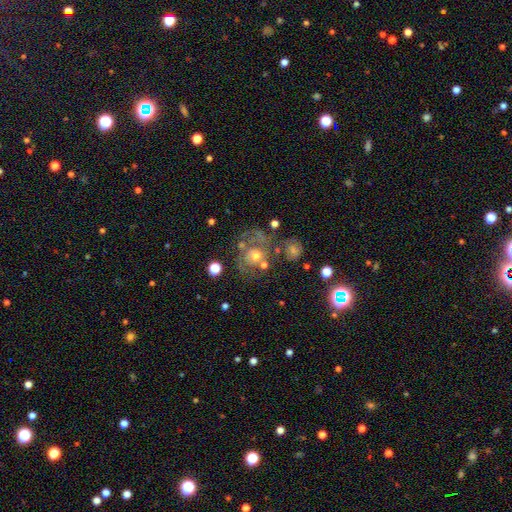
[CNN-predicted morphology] smooth-or-featured: featured or disk: 64% | smooth: 24% | star or artifact: 12%
  disk-edge-on: no: 97% | yes: 3%
    bar: no: 83% | weak: 14% | strong: 3%
    has-spiral-arms: yes: 68% | no: 32%
    bulge-size: moderate: 60% | small: 27% | large: 8% | none: 3% | dominant: 2%
  merging: none: 47% | major disturbance: 22% | minor disturbance: 19% | merger: 12%